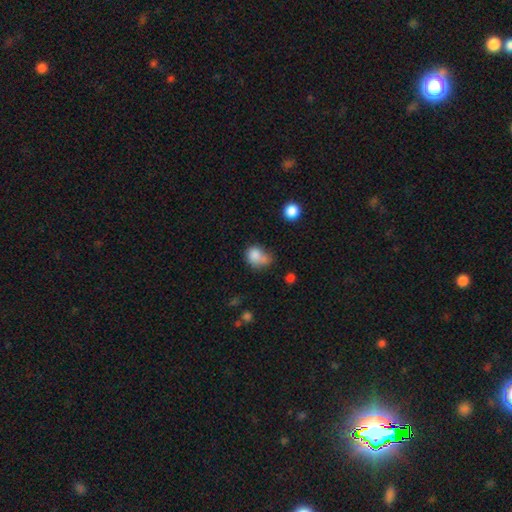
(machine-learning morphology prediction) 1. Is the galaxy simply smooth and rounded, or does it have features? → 79% smooth, 10% star or artifact, 10% featured or disk.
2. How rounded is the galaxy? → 51% round, 48% in between, 1% cigar-shaped.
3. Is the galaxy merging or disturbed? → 31% none, 27% minor disturbance, 22% merger, 19% major disturbance.